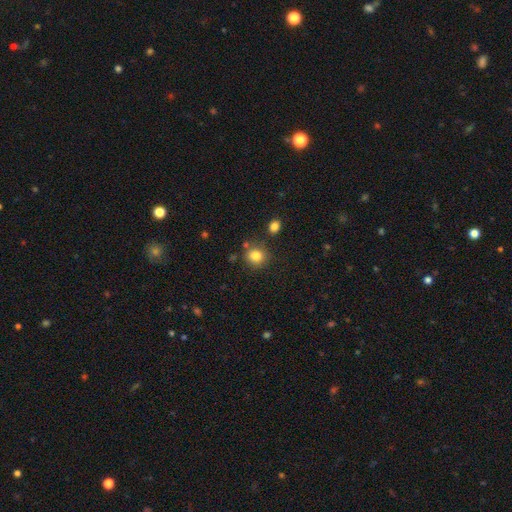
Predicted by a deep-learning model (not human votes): Smooth or featured? smooth (82%)
How rounded? round (83%)
Merging? none (78%)